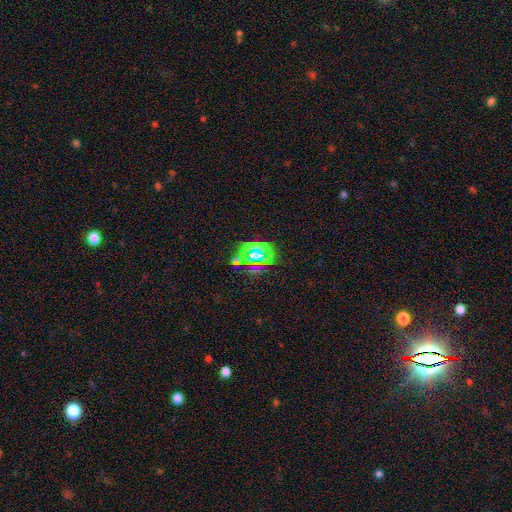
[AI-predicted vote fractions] Overall: star or artifact (60%; smooth 28%).